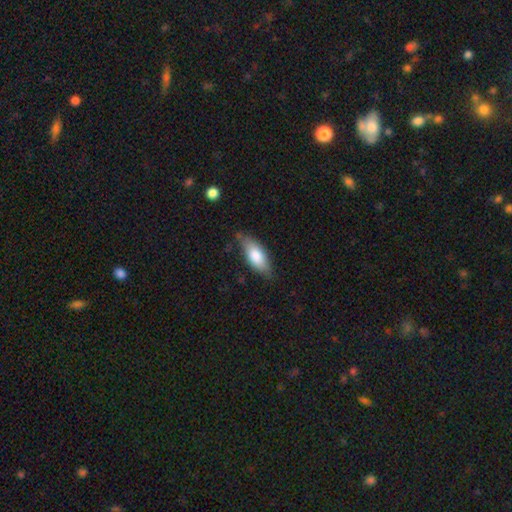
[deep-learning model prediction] Morphology: type=smooth (79%); roundness=in between (78%); merging=none (70%).